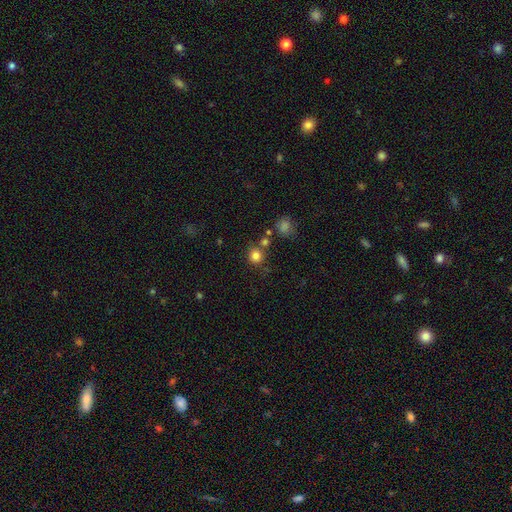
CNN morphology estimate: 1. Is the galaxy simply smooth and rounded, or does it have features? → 81% smooth, 13% star or artifact, 6% featured or disk.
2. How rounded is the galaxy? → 90% round, 9% in between, 1% cigar-shaped.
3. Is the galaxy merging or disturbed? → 74% none, 12% merger, 10% minor disturbance, 4% major disturbance.